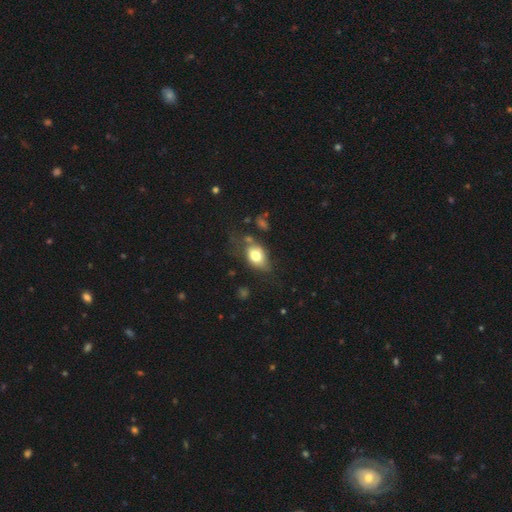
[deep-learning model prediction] Smooth or featured? smooth (72%)
How rounded? in between (74%)
Merging? none (46%)